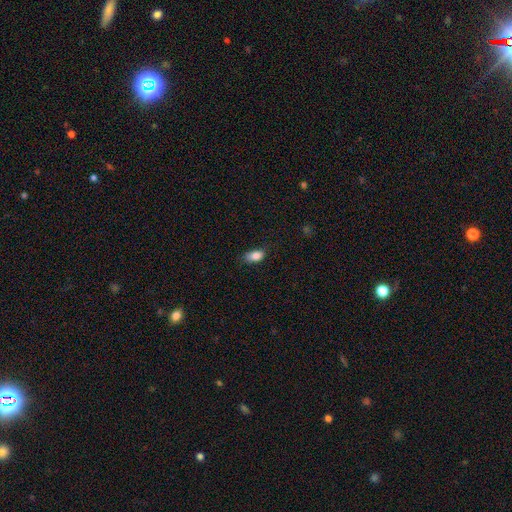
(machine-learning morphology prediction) A smooth galaxy with no disk features (85%) that is in between round and cigar-shaped (89%). Merging: none (70%).